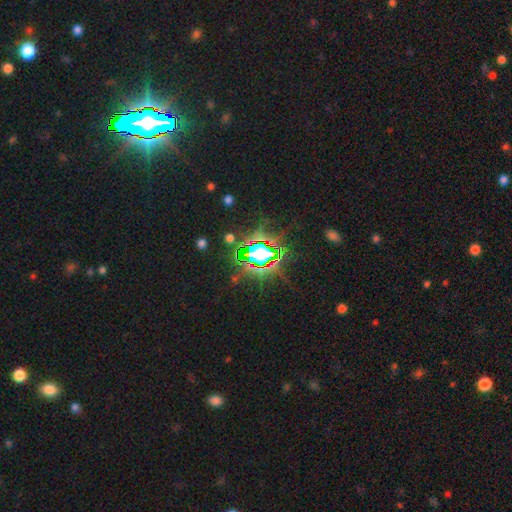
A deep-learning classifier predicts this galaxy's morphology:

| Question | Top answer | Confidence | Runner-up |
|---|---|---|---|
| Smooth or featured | star or artifact | 82% | smooth (10%) |